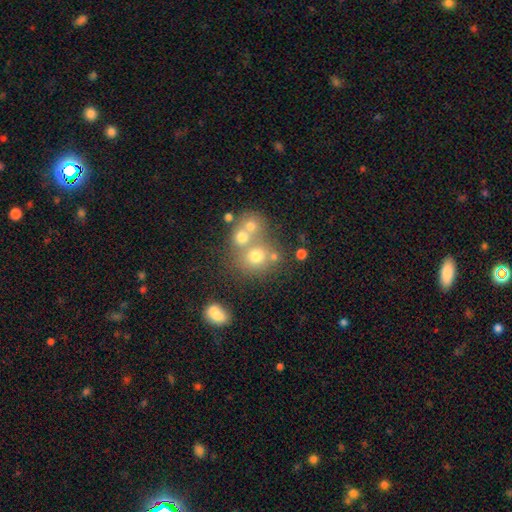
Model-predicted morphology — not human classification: smooth-or-featured: smooth: 66% | featured or disk: 17% | star or artifact: 17%
  how-rounded: round: 80% | in between: 19% | cigar-shaped: 1%
  merging: none: 48% | merger: 38% | minor disturbance: 9% | major disturbance: 5%